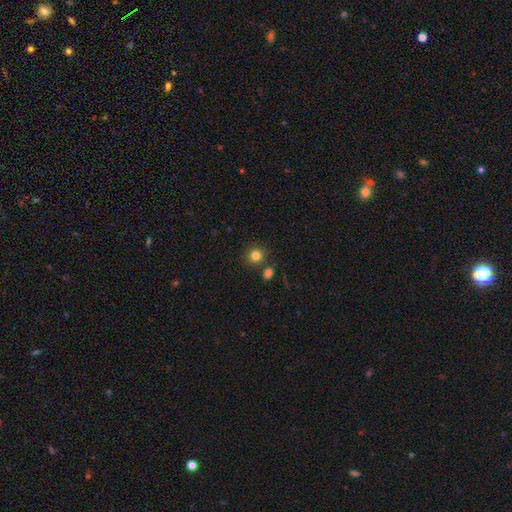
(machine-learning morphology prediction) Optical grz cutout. It shows a smooth galaxy with no disk features (83%) that is round (89%). Merging: none (80%).